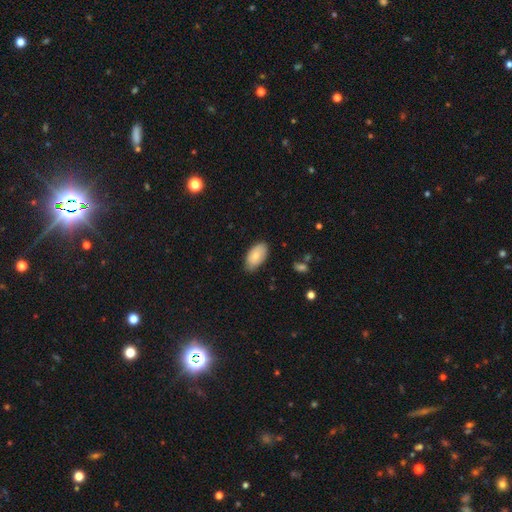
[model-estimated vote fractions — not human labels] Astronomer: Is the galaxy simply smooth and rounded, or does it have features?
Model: smooth — 78%.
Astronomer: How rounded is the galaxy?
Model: in between — 95%.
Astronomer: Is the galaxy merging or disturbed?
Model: none — 76%.